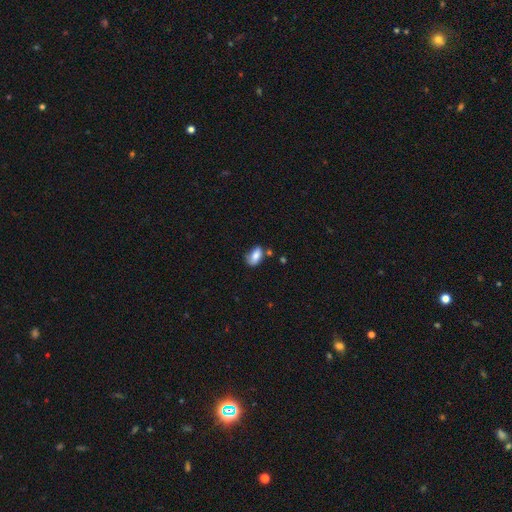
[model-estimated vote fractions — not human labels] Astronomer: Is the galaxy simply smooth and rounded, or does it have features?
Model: smooth — 80%.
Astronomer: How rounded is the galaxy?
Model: in between — 90%.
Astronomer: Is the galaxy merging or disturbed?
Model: none — 51% (runner-up: minor disturbance, 30%).